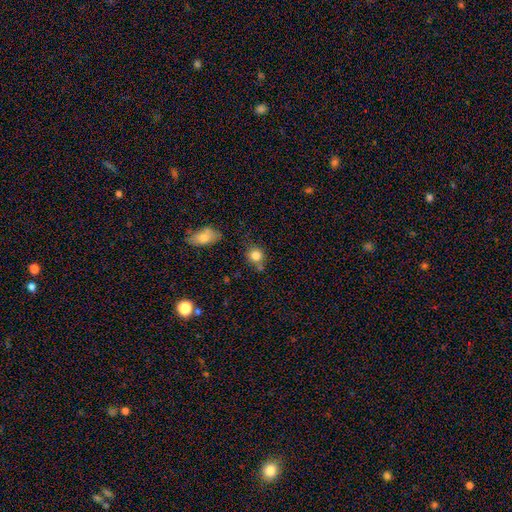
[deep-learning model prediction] Morphology: type=smooth (82%); roundness=round (79%); merging=none (67%).